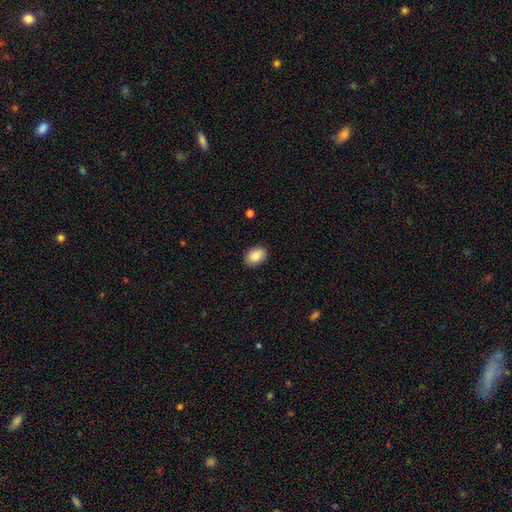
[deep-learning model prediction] Smooth or featured? Predicted: smooth (p=0.87). How rounded? Predicted: in between (p=0.86). Merging? Predicted: none (p=0.88).